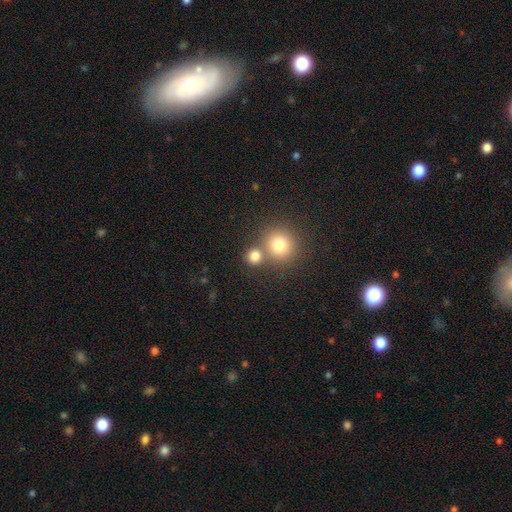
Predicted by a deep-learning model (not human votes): Smooth or featured? smooth (76%)
How rounded? round (88%)
Merging? none (63%)